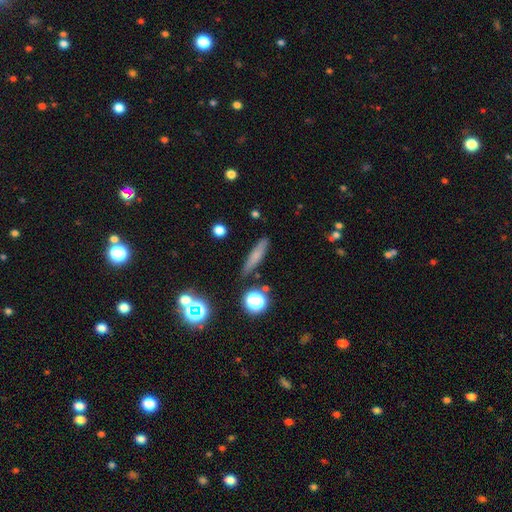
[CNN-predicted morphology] smooth_or_featured: smooth (p=0.67) [alt: featured or disk p=0.21]
how_rounded: cigar-shaped (p=0.81) [alt: in between p=0.14]
merging: none (p=0.83) [alt: minor disturbance p=0.11]